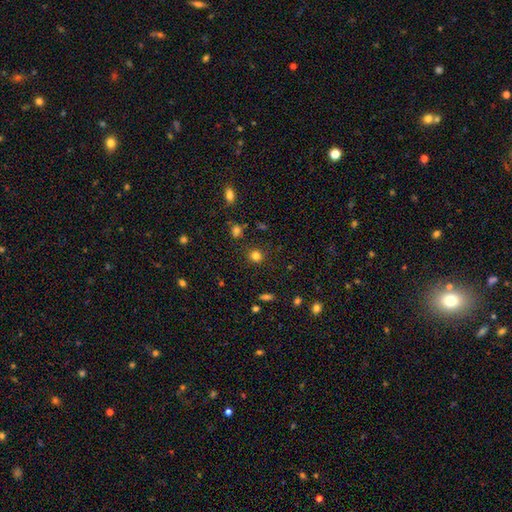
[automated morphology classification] type=smooth (80%); roundness=round (87%); merging=none (86%).